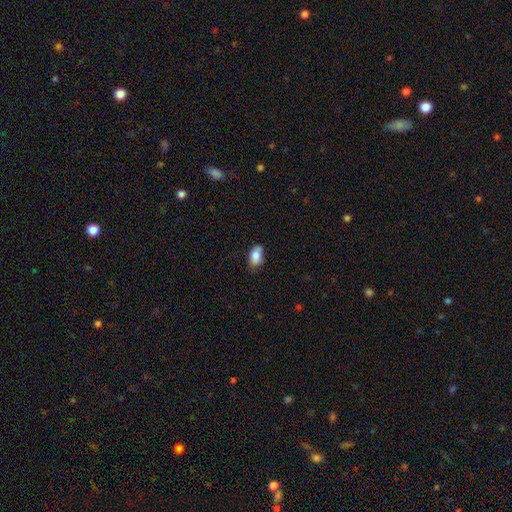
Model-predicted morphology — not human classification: This is clearly a smooth galaxy (82%). How rounded: clearly in between (90%). Merging: likely none (64%).